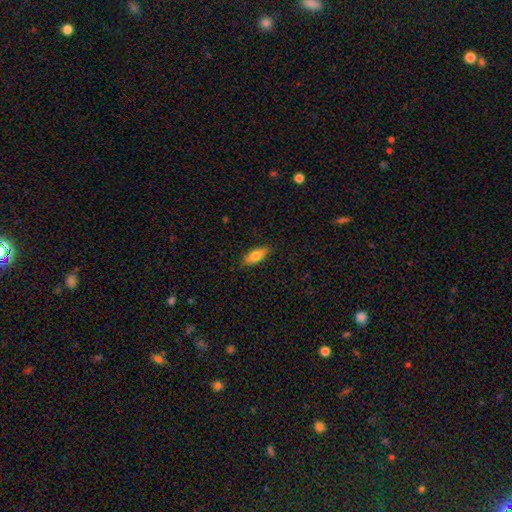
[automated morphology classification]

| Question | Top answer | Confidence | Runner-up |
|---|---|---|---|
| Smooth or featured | smooth | 76% | featured or disk (17%) |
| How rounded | in between | 72% | cigar-shaped (26%) |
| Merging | none | 87% | minor disturbance (10%) |